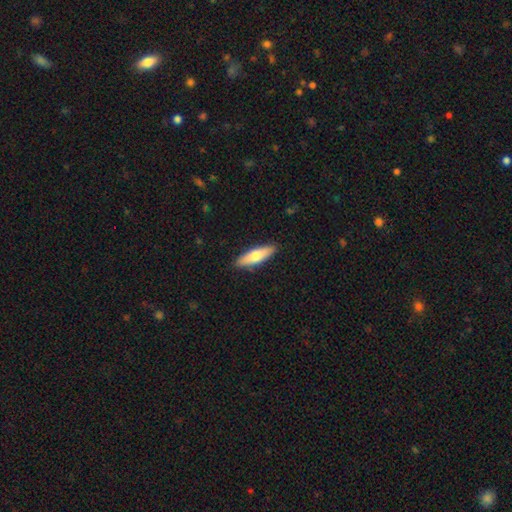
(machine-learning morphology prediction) smooth_or_featured: smooth (p=0.69) [alt: featured or disk p=0.26]
how_rounded: cigar-shaped (p=0.56) [alt: in between p=0.42]
merging: none (p=0.89) [alt: minor disturbance p=0.08]